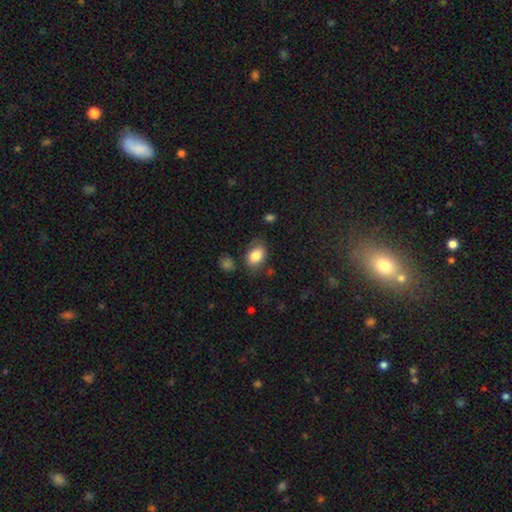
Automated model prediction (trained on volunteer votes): Overall: smooth (83%). How rounded: in between (83%). Merging: none (69%).